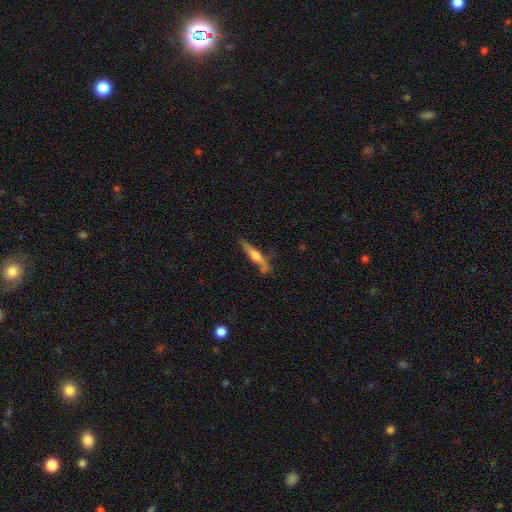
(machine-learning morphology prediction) Q: Smooth or featured?
A: featured or disk (64%); runner-up: smooth (30%)
Q: Edge-on disk?
A: yes (95%); runner-up: no (5%)
Q: Edge-on bulge?
A: rounded (83%); runner-up: boxy (9%)
Q: Merging?
A: none (75%); runner-up: minor disturbance (16%)